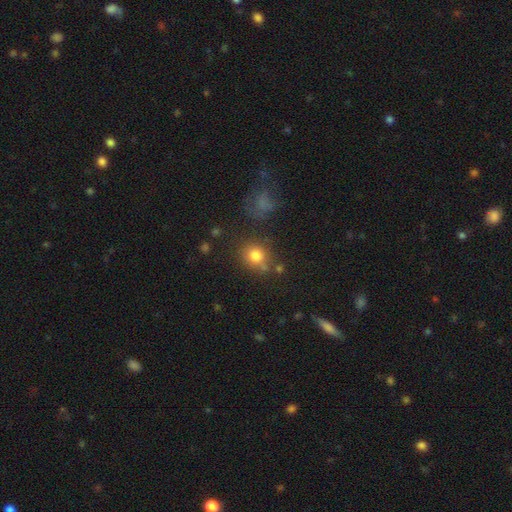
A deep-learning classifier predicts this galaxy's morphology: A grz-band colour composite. It shows a smooth galaxy with no disk features (80%) that is round (78%). Merging: none (68%).